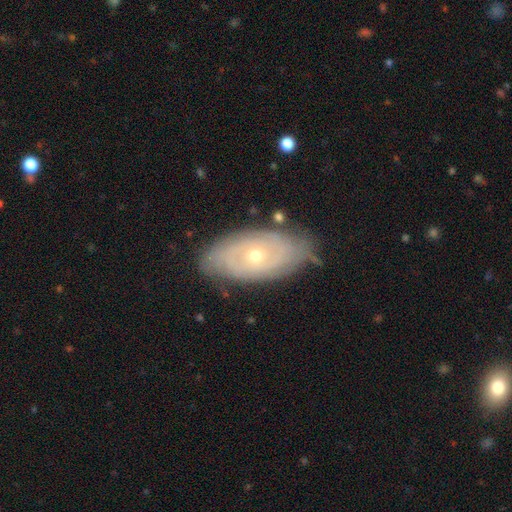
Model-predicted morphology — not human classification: Overall: featured or disk (74%). Edge-on disk: no (92%). Bar: no (84%). Spiral arms: yes (76%). Spiral arm count: can't tell (55%; 2 24%). Spiral winding: tight (78%). Bulge size: small (61%; moderate 37%). Merging: none (73%).